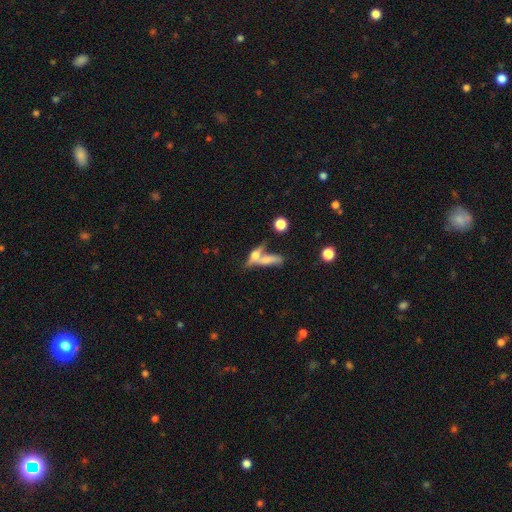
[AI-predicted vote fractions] smooth 48%, featured or disk 41%, star or artifact 11%. Down the decision tree: merging — merger (48%).